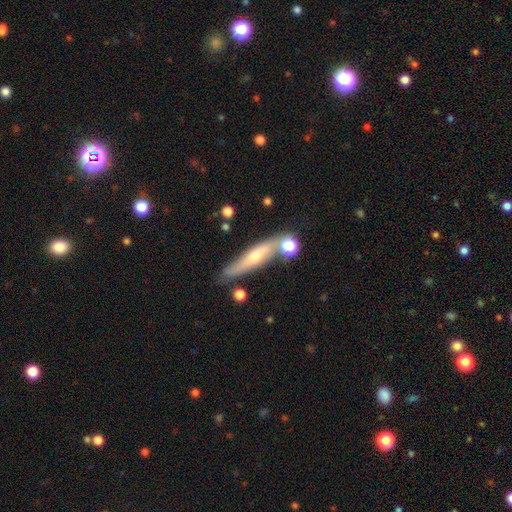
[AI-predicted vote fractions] featured or disk 54%, smooth 39%, star or artifact 7%. Down the decision tree: edge-on disk — yes (75%); merging — none (67%).